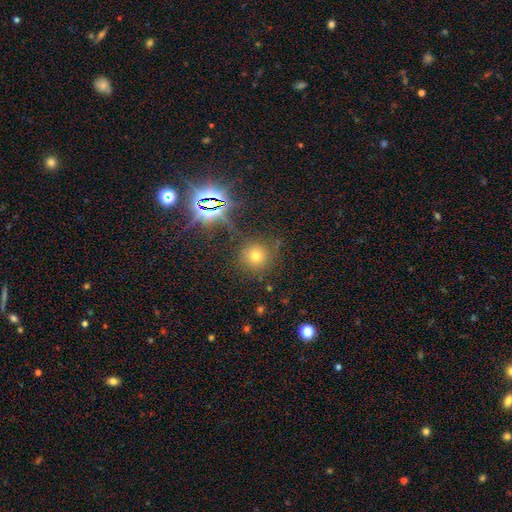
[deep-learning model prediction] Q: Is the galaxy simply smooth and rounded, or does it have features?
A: smooth — 64%.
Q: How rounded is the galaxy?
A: round — 94%.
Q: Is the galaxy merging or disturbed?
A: none — 83%.